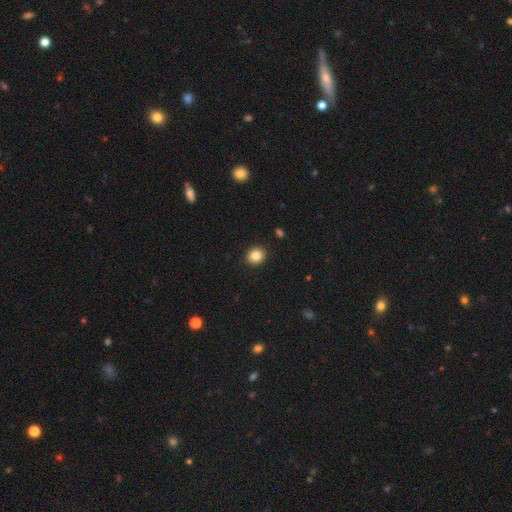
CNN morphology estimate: Smooth or featured: smooth — 85% (star or artifact — 10%)
How rounded: round — 80% (in between — 19%)
Merging: none — 91% (minor disturbance — 6%)